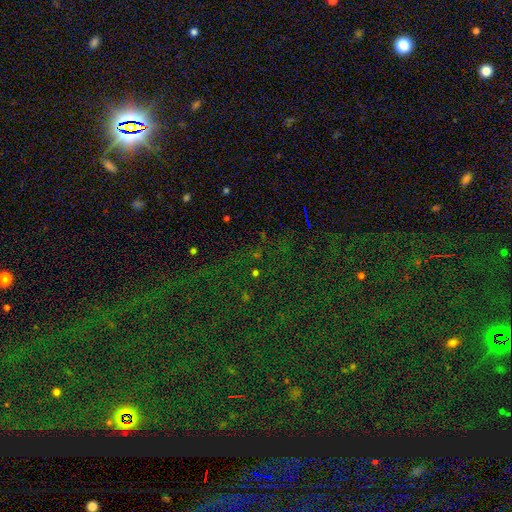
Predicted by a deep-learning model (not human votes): Q: Smooth or featured?
A: star or artifact (81%); runner-up: smooth (11%)